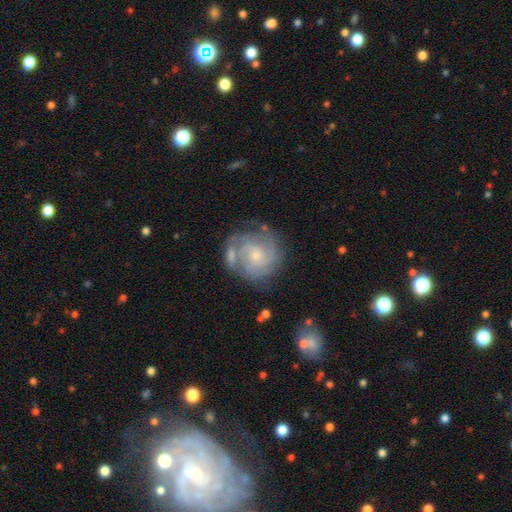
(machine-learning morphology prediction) smooth-or-featured: featured or disk: 82% | smooth: 12% | star or artifact: 6%
  disk-edge-on: no: 98% | yes: 2%
    bar: no: 68% | weak: 28% | strong: 4%
    has-spiral-arms: yes: 95% | no: 5%
      spiral-winding: tight: 62% | medium: 31% | loose: 7%
      spiral-arm-count: 2: 31% | 3: 26% | can't tell: 25% | 4: 8% | 1: 5% | more than 4: 4%
    bulge-size: small: 64% | moderate: 29% | none: 4% | large: 2% | dominant: 1%
  merging: none: 62% | minor disturbance: 17% | merger: 12% | major disturbance: 8%